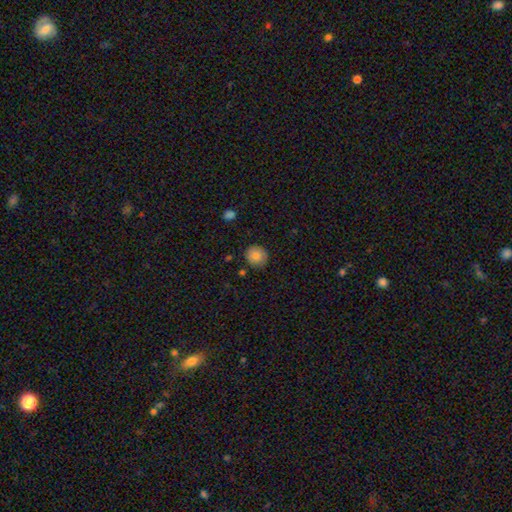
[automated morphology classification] Smooth or featured?
  - smooth: 81% *
  - featured or disk: 11%
  - star or artifact: 9%
How rounded?
  - round: 90% *
  - in between: 9%
  - cigar-shaped: 1%
Merging?
  - none: 85% *
  - minor disturbance: 11%
  - major disturbance: 2%
  - merger: 2%